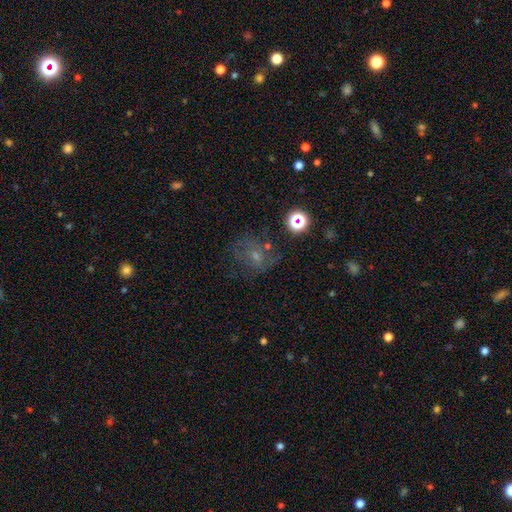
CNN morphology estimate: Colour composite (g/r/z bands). It shows a featured or disk galaxy (38%, tied with smooth). Merging: none (54%).